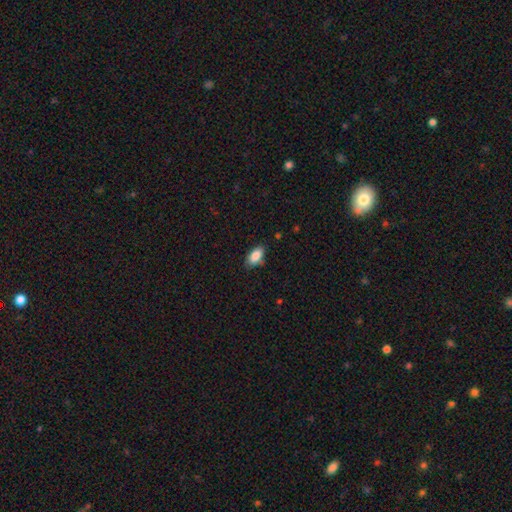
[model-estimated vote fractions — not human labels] smooth 86%, star or artifact 7%, featured or disk 6%. Down the decision tree: how rounded — in between (91%); merging — none (80%).